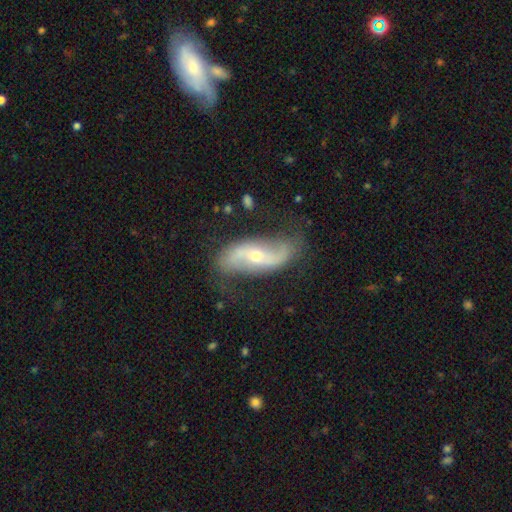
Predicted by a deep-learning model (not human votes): smooth_or_featured: featured or disk (p=0.84) [alt: smooth p=0.10]
disk_edge_on: no (p=0.93) [alt: yes p=0.07]
bar: no (p=0.47) [alt: weak p=0.30]
has_spiral_arms: yes (p=0.93) [alt: no p=0.07]
spiral_winding: loose (p=0.76) [alt: medium p=0.18]
spiral_arm_count: 2 (p=0.92) [alt: can't tell p=0.03]
bulge_size: small (p=0.51) [alt: moderate p=0.46]
merging: none (p=0.73) [alt: minor disturbance p=0.18]